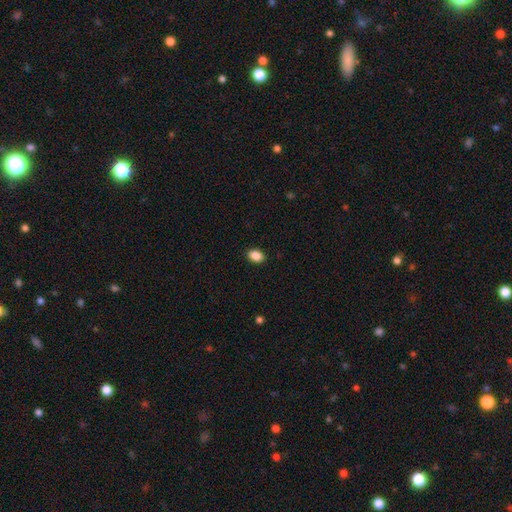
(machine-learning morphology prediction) Smooth or featured? Predicted: smooth (p=0.88). How rounded? Predicted: in between (p=0.80). Merging? Predicted: none (p=0.90).